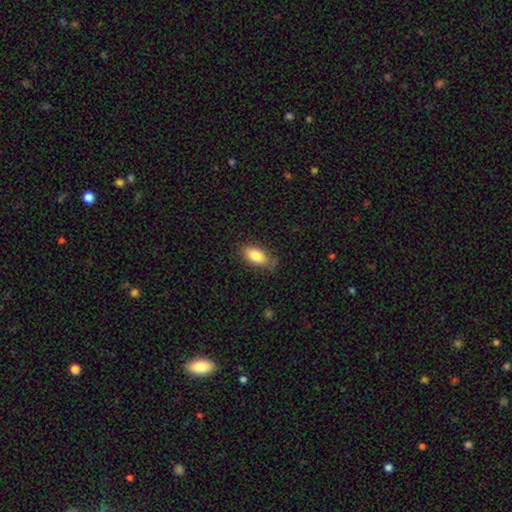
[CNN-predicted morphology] Overall: smooth (84%). How rounded: in between (89%). Merging: none (73%).